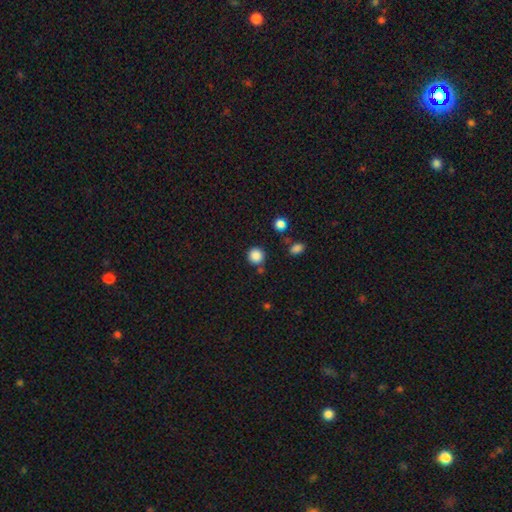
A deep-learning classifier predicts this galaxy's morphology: Smooth or featured?
  - smooth: 86% *
  - star or artifact: 11%
  - featured or disk: 4%
How rounded?
  - round: 92% *
  - in between: 7%
  - cigar-shaped: 1%
Merging?
  - none: 80% *
  - minor disturbance: 10%
  - merger: 6%
  - major disturbance: 3%